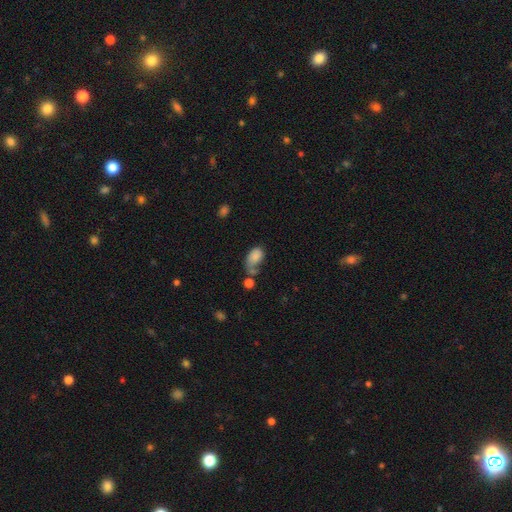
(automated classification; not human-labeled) Overall: smooth (75%). How rounded: in between (87%). Merging: none (28%; major disturbance 26%).